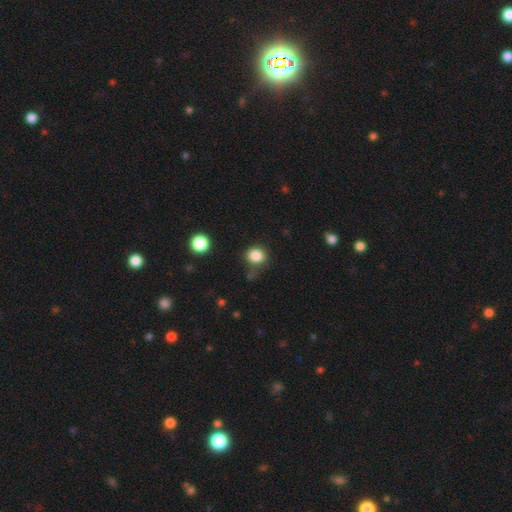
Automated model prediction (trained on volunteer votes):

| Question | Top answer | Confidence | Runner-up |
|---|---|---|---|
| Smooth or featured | smooth | 84% | star or artifact (11%) |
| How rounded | round | 82% | in between (17%) |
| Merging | none | 74% | minor disturbance (16%) |